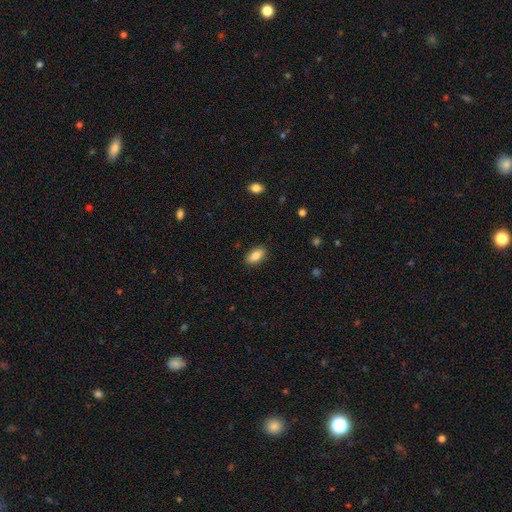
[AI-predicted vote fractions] smooth_or_featured: smooth (p=0.85) [alt: featured or disk p=0.08]
how_rounded: in between (p=0.90) [alt: cigar-shaped p=0.06]
merging: none (p=0.88) [alt: minor disturbance p=0.09]